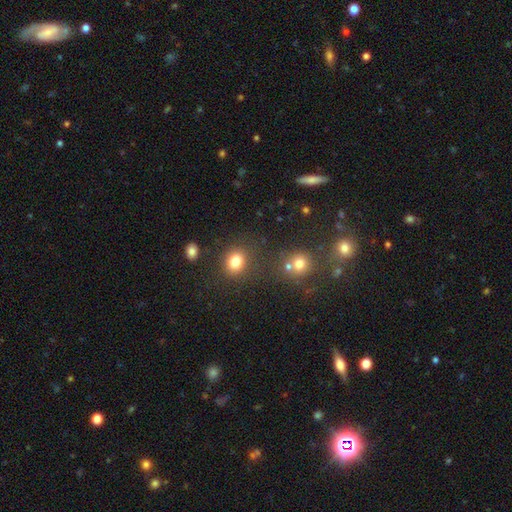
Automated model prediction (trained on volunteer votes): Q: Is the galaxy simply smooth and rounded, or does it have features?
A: smooth — 56%.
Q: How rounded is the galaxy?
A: round — 86%.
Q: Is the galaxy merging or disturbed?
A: none — 76%.